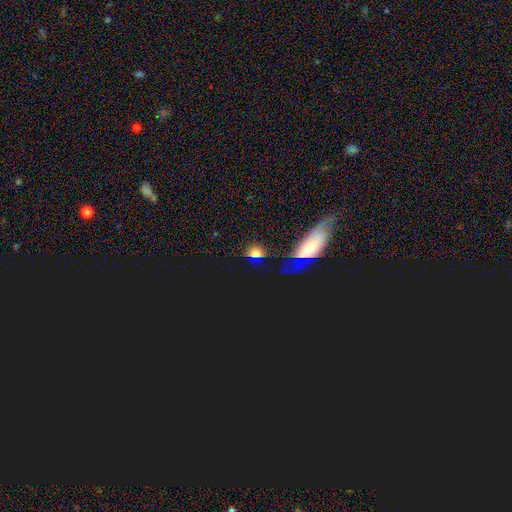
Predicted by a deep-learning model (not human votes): Overall: star or artifact (45%; smooth 42%).